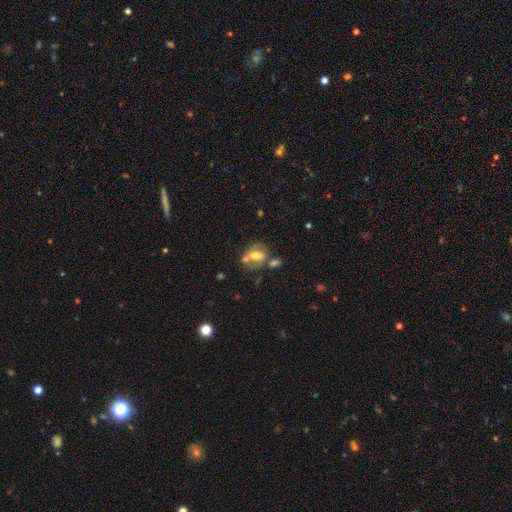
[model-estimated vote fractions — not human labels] A smooth galaxy with no disk features (53%) that is in between round and cigar-shaped (72%). Merging: none (39%).